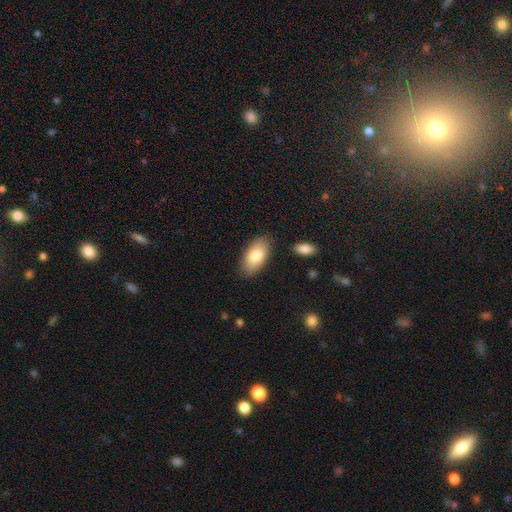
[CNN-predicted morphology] The model was most divided on "smooth or featured": smooth: 82%, featured or disk: 12%, star or artifact: 6%. More confident: how rounded — in between (94%); merging — none (84%).